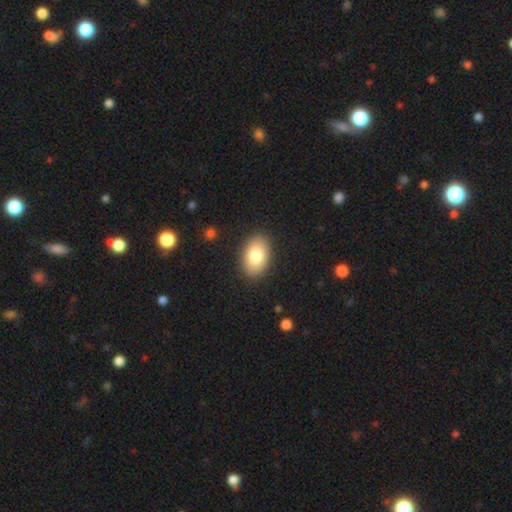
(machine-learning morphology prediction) This is clearly a smooth galaxy (81%). How rounded: clearly in between (89%). Merging: clearly none (89%).